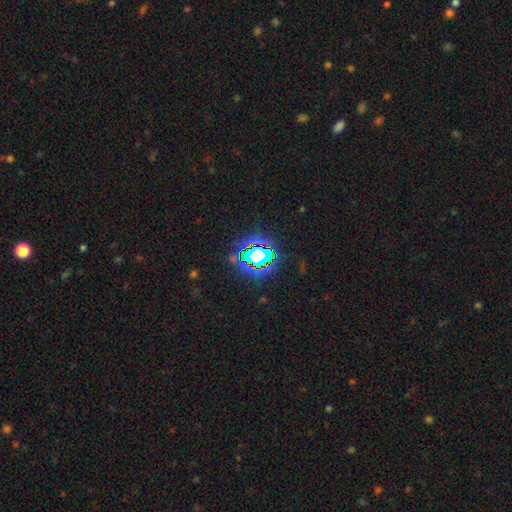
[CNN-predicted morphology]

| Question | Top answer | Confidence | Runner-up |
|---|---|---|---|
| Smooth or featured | star or artifact | 70% | smooth (18%) |